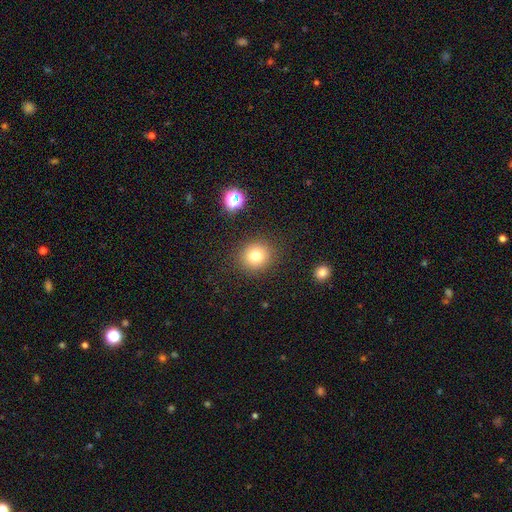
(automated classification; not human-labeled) This appears to be a smooth galaxy with no disk features (78%) that is round (89%). Merging: none (88%).